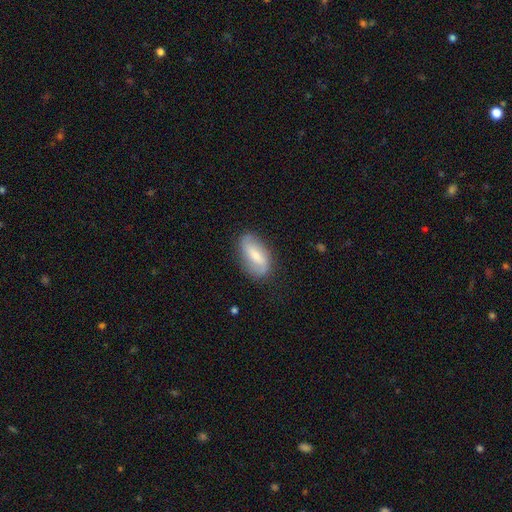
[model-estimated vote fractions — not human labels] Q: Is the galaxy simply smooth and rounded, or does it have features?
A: featured or disk — 48%.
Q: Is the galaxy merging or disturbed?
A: none — 76%.